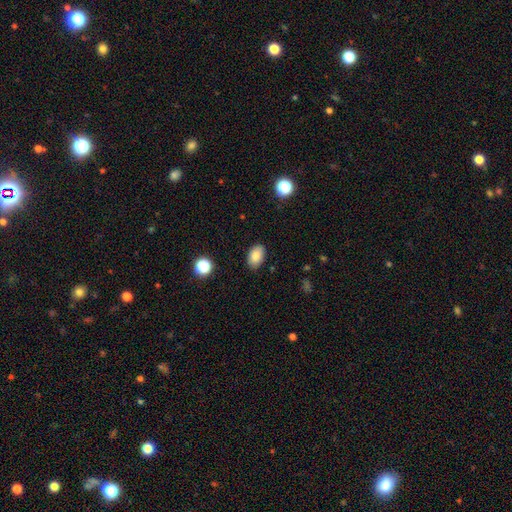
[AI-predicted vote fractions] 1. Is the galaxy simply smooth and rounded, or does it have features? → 84% smooth, 9% star or artifact, 8% featured or disk.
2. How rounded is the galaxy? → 89% in between, 10% round, 1% cigar-shaped.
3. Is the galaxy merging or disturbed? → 87% none, 10% minor disturbance, 2% major disturbance, 1% merger.